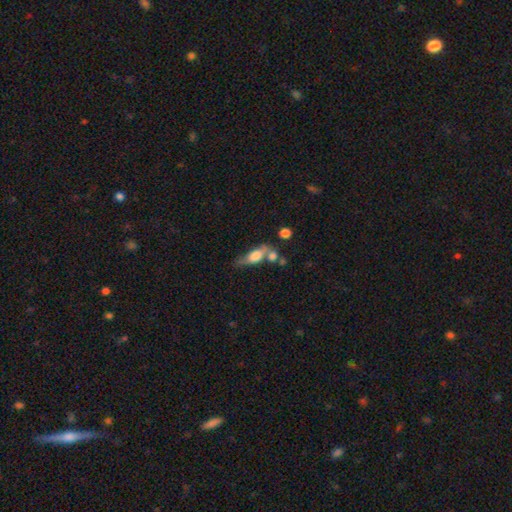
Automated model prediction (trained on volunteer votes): smooth-or-featured: smooth: 54% | featured or disk: 38% | star or artifact: 9%
  how-rounded: in between: 64% | cigar-shaped: 29% | round: 7%
  merging: none: 35% | merger: 30% | minor disturbance: 20% | major disturbance: 14%